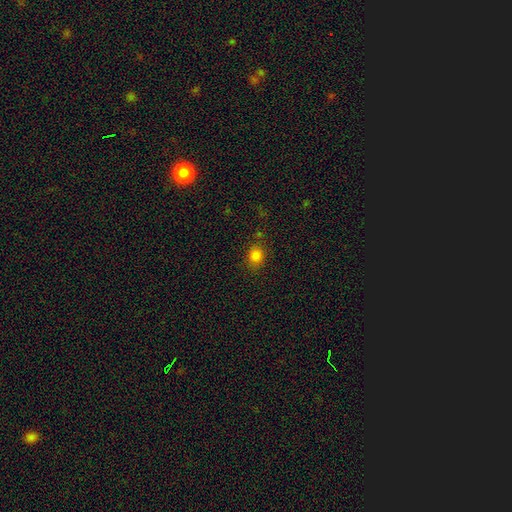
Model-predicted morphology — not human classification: Smooth or featured?
  - smooth: 81% *
  - star or artifact: 14%
  - featured or disk: 5%
How rounded?
  - round: 55% *
  - in between: 44%
  - cigar-shaped: 1%
Merging?
  - none: 81% *
  - minor disturbance: 12%
  - major disturbance: 4%
  - merger: 4%